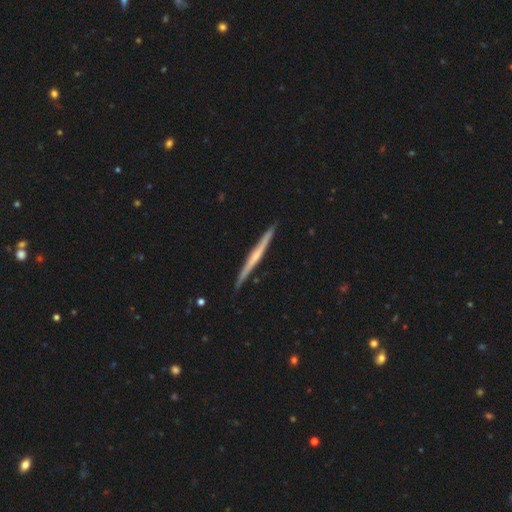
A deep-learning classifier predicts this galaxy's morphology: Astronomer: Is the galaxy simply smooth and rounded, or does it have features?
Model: featured or disk — 64%.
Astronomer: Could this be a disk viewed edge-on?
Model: yes — 98%.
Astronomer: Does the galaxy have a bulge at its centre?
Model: none — 62%.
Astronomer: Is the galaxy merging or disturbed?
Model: none — 91%.